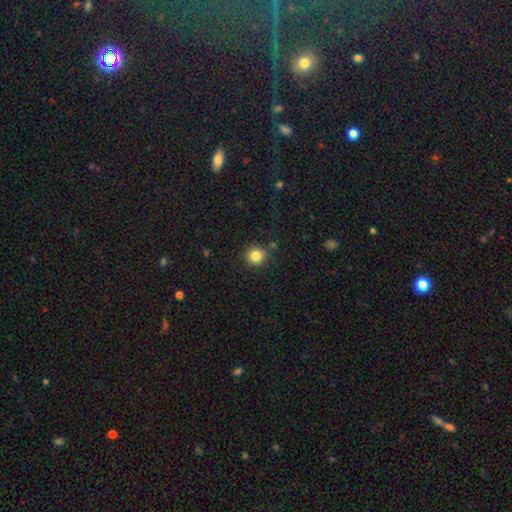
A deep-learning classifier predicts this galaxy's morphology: type=smooth (84%); roundness=round (92%); merging=none (87%).